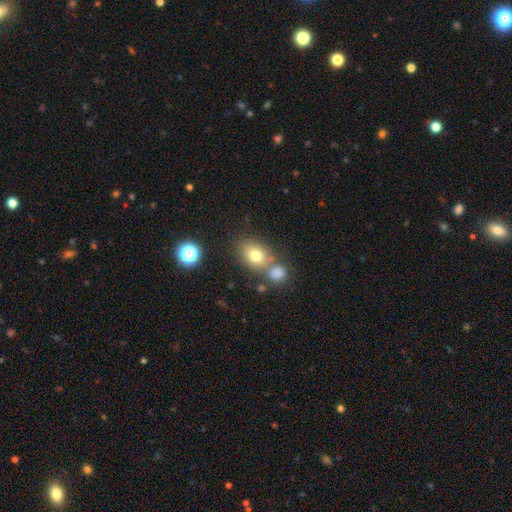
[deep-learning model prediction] smooth_or_featured: smooth (p=0.75) [alt: star or artifact p=0.13]
how_rounded: in between (p=0.61) [alt: round p=0.37]
merging: none (p=0.61) [alt: merger p=0.22]